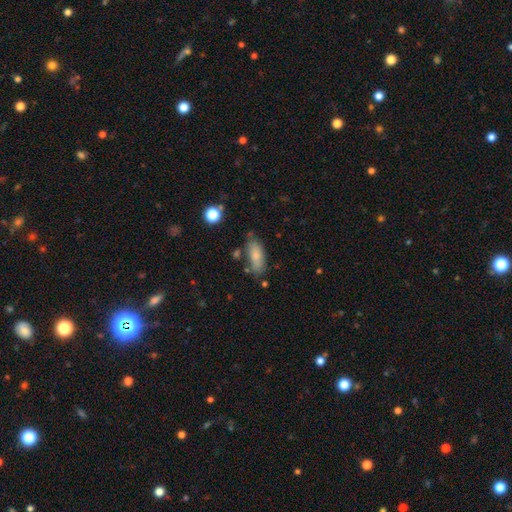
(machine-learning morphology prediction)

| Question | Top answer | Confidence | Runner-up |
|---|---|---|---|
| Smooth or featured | smooth | 79% | featured or disk (13%) |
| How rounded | in between | 79% | cigar-shaped (18%) |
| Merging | none | 62% | minor disturbance (23%) |